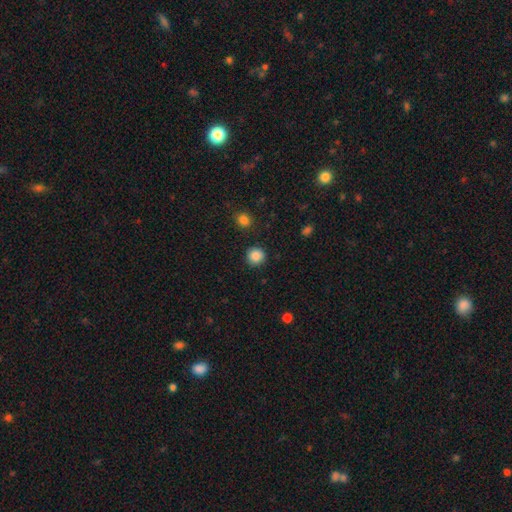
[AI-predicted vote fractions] Smooth or featured?
  - smooth: 87% *
  - star or artifact: 10%
  - featured or disk: 3%
How rounded?
  - round: 94% *
  - in between: 5%
  - cigar-shaped: 1%
Merging?
  - none: 90% *
  - minor disturbance: 6%
  - major disturbance: 2%
  - merger: 2%